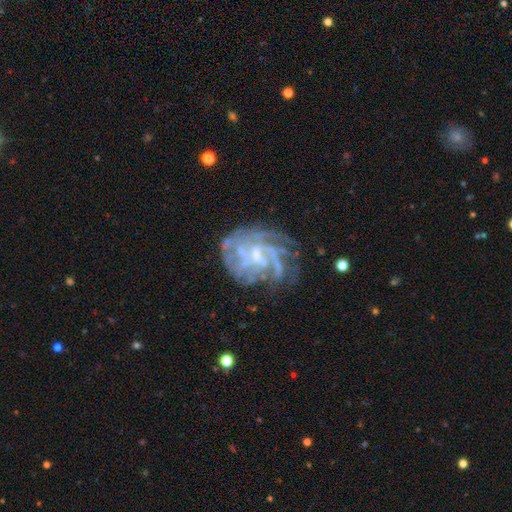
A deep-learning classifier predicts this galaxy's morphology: Q: Smooth or featured?
A: featured or disk (83%); runner-up: star or artifact (9%)
Q: Edge-on disk?
A: no (98%); runner-up: yes (2%)
Q: Bar?
A: weak (45%); runner-up: no (44%)
Q: Spiral arms?
A: yes (88%); runner-up: no (12%)
Q: Spiral winding?
A: tight (51%); runner-up: medium (35%)
Q: Spiral arm count?
A: can't tell (39%); runner-up: 4 (18%)
Q: Bulge size?
A: small (60%); runner-up: moderate (22%)
Q: Merging?
A: none (56%); runner-up: minor disturbance (21%)